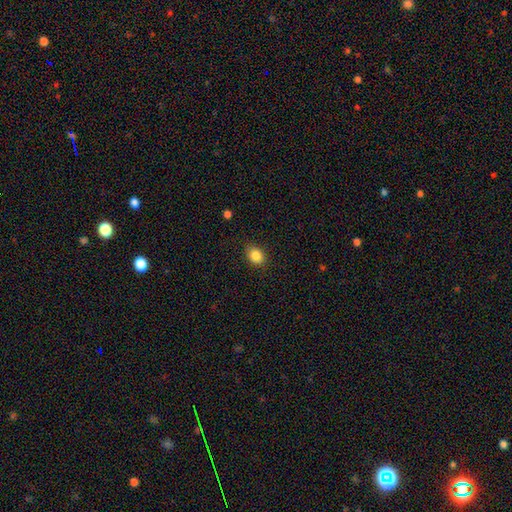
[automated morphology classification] A smooth galaxy with no disk features (85%) that is in between round and cigar-shaped (61%). Merging: none (85%).